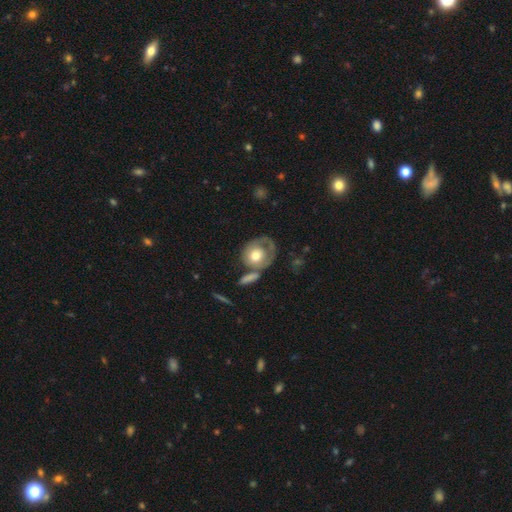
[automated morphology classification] smooth_or_featured: smooth (p=0.50) [alt: featured or disk p=0.44]
how_rounded: round (p=0.66) [alt: in between p=0.32]
merging: none (p=0.42) [alt: minor disturbance p=0.20]